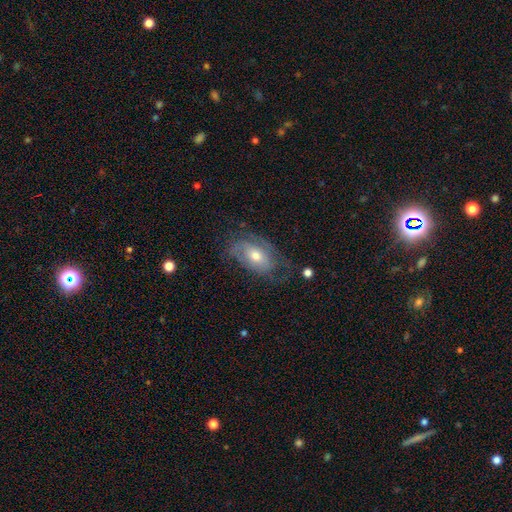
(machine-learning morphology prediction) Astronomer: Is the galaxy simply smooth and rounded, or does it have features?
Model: featured or disk — 59%.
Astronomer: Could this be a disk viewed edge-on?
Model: no — 93%.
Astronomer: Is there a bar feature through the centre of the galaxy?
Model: no — 69%.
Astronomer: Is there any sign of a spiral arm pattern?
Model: yes — 72%.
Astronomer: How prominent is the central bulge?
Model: moderate — 67%.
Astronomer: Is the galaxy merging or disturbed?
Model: none — 52%.